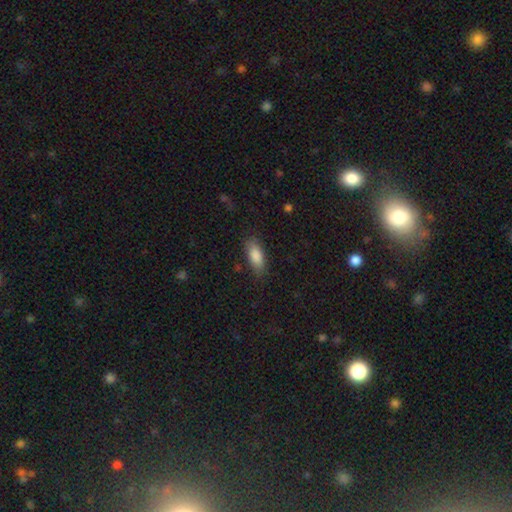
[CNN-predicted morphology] This is clearly a smooth galaxy (87%). How rounded: clearly in between (82%). Merging: clearly none (81%).